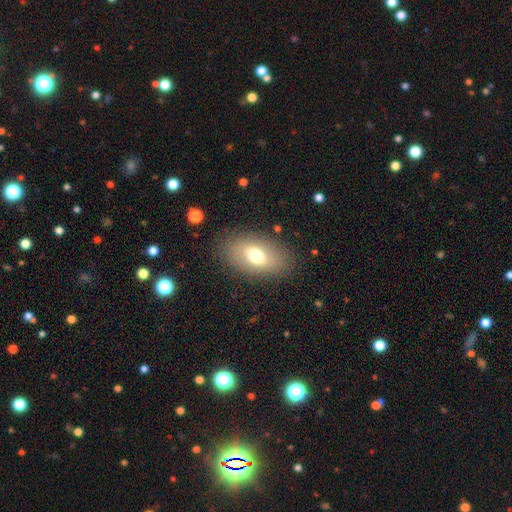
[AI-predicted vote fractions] smooth-or-featured: smooth: 67% | featured or disk: 23% | star or artifact: 10%
  how-rounded: in between: 89% | round: 8% | cigar-shaped: 2%
  merging: none: 83% | minor disturbance: 11% | major disturbance: 5% | merger: 1%